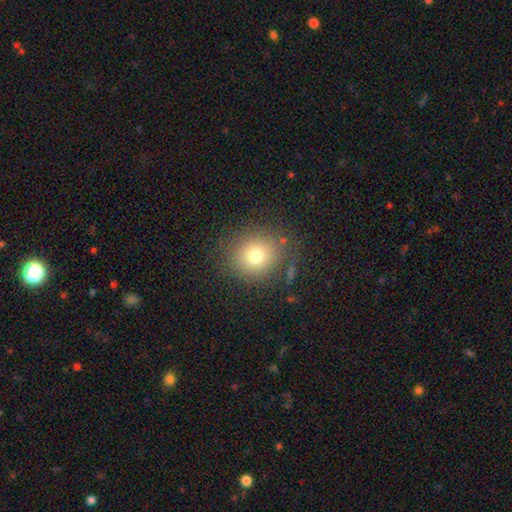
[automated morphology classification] Smooth or featured? Predicted: smooth (p=0.74). How rounded? Predicted: round (p=0.87). Merging? Predicted: none (p=0.82).